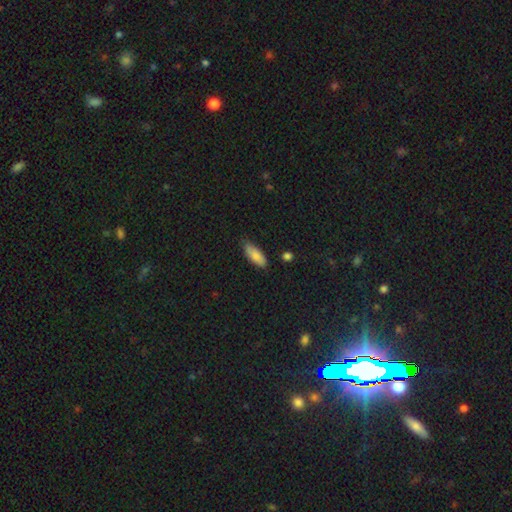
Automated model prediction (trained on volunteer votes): Smooth or featured? smooth (82%)
How rounded? in between (77%)
Merging? none (74%)